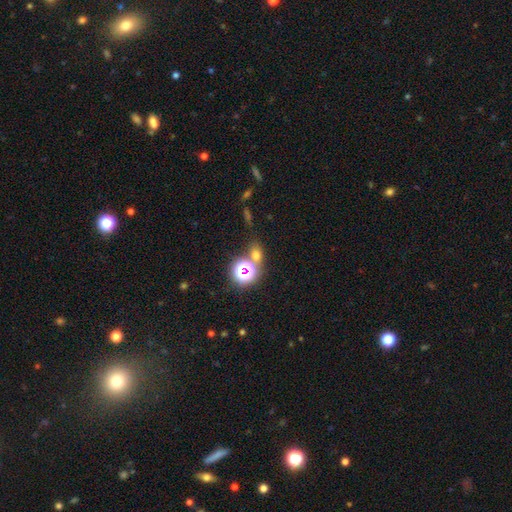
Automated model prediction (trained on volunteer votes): smooth 57%, star or artifact 34%, featured or disk 9%. Down the decision tree: how rounded — round (53%); merging — none (65%).